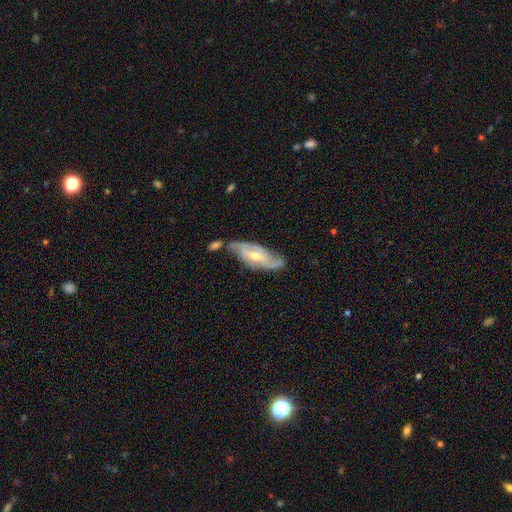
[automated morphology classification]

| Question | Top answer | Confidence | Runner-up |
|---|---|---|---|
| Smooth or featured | featured or disk | 80% | smooth (14%) |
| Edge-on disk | no | 88% | yes (12%) |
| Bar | weak | 42% | no (39%) |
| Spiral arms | yes | 90% | no (10%) |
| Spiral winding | medium | 43% | tight (32%) |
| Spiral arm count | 2 | 67% | can't tell (17%) |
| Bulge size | moderate | 59% | small (37%) |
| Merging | none | 54% | minor disturbance (24%) |